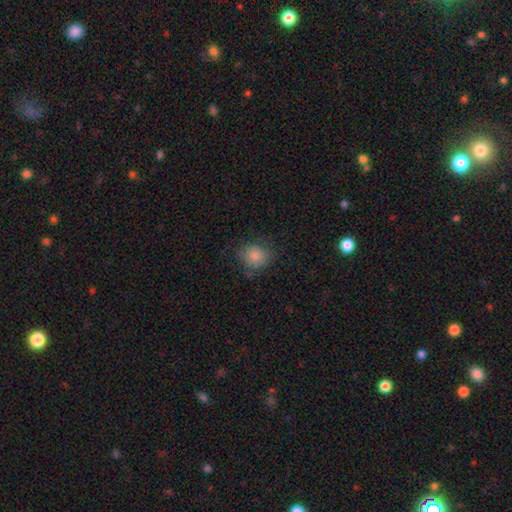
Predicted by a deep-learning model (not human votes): Smooth or featured? Predicted: smooth (p=0.81). How rounded? Predicted: round (p=0.75). Merging? Predicted: none (p=0.76).